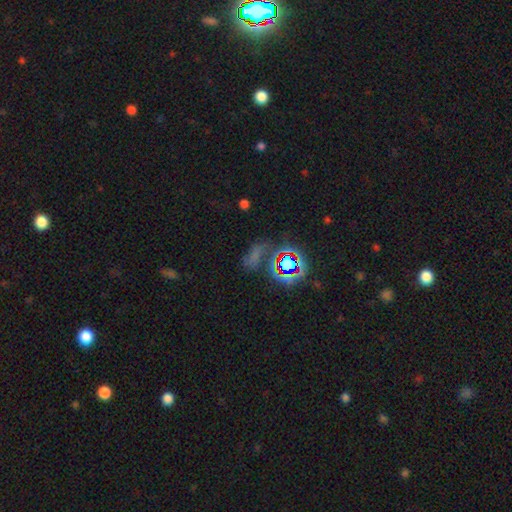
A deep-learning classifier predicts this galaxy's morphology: star or artifact 58%, smooth 29%, featured or disk 13%.